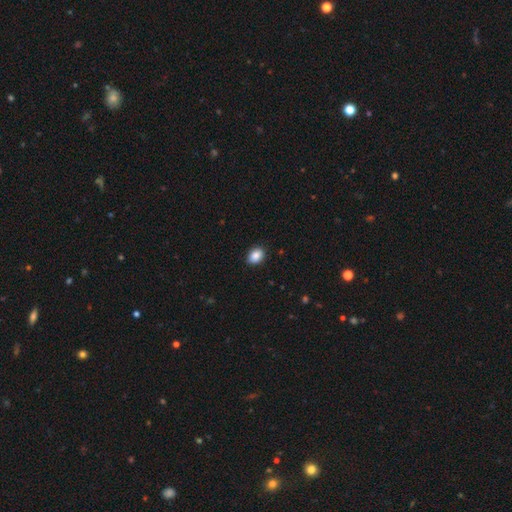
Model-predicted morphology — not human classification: Q: Smooth or featured?
A: smooth (89%); runner-up: star or artifact (8%)
Q: How rounded?
A: in between (73%); runner-up: round (26%)
Q: Merging?
A: none (89%); runner-up: minor disturbance (8%)